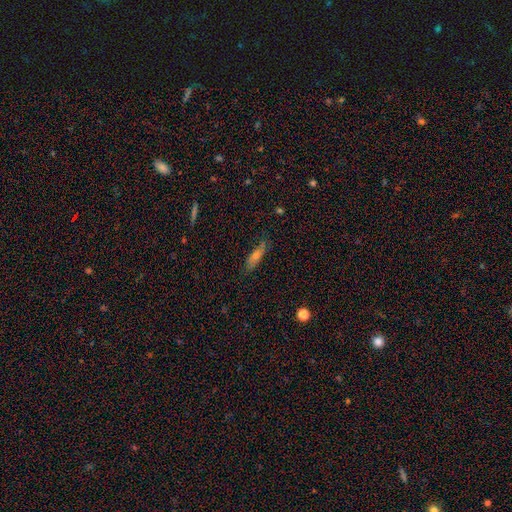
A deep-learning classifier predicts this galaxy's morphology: A smooth galaxy with no disk features (48%). Merging: none (79%).